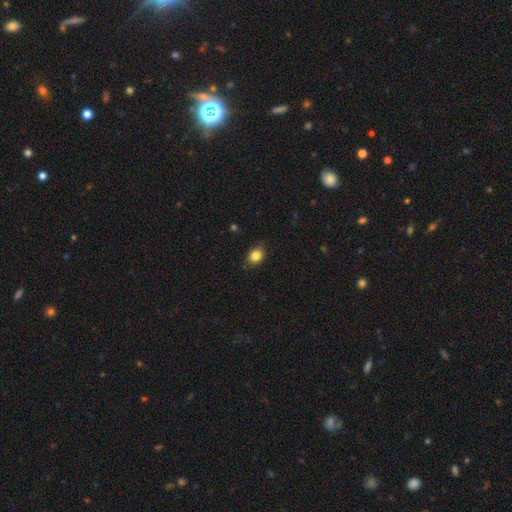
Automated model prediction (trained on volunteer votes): Smooth or featured?
  - smooth: 84% *
  - star or artifact: 10%
  - featured or disk: 6%
How rounded?
  - in between: 53% *
  - round: 46%
  - cigar-shaped: 1%
Merging?
  - none: 82% *
  - minor disturbance: 14%
  - major disturbance: 3%
  - merger: 1%